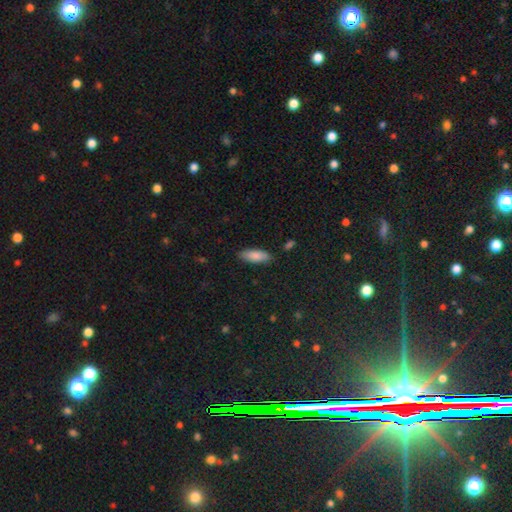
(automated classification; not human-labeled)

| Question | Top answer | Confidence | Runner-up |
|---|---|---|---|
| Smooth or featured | smooth | 85% | featured or disk (9%) |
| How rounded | in between | 71% | cigar-shaped (27%) |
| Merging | none | 85% | minor disturbance (11%) |